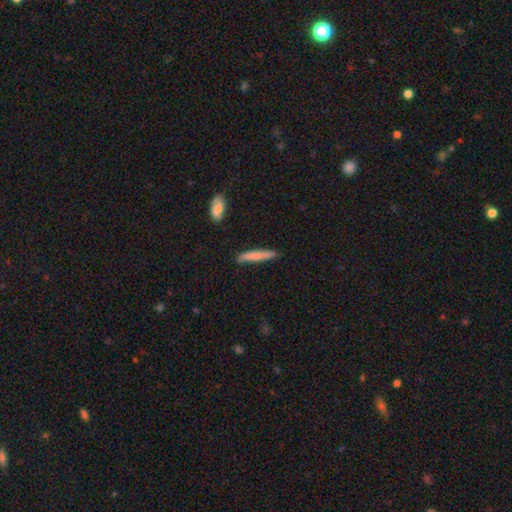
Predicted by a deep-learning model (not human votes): smooth-or-featured: smooth: 75% | featured or disk: 19% | star or artifact: 5%
  how-rounded: cigar-shaped: 93% | in between: 5% | round: 1%
  merging: none: 82% | minor disturbance: 13% | major disturbance: 2% | merger: 2%